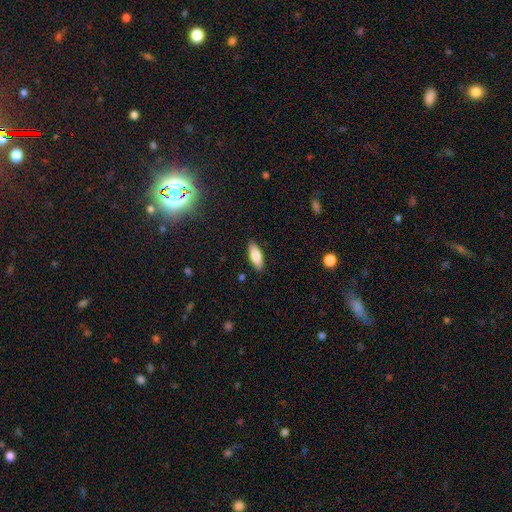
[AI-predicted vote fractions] smooth_or_featured: smooth (p=0.78) [alt: featured or disk p=0.15]
how_rounded: in between (p=0.65) [alt: cigar-shaped p=0.33]
merging: none (p=0.87) [alt: minor disturbance p=0.09]